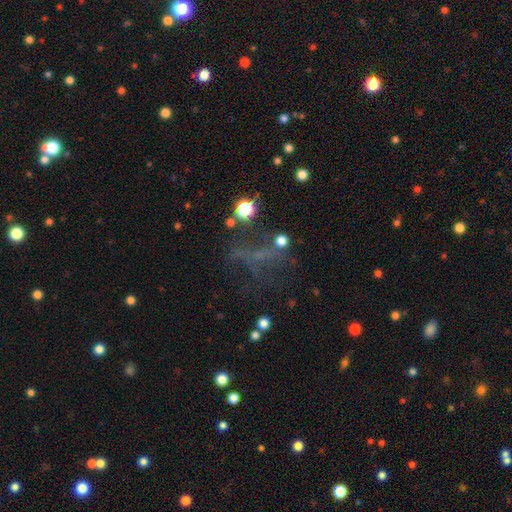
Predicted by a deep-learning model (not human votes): This is possibly a star or artifact rather than a galaxy (49%).